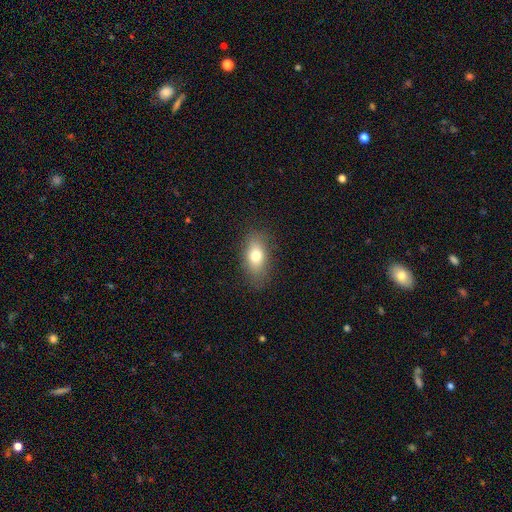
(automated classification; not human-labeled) A smooth galaxy with no disk features (75%) that is in between round and cigar-shaped (84%). Merging: none (81%).